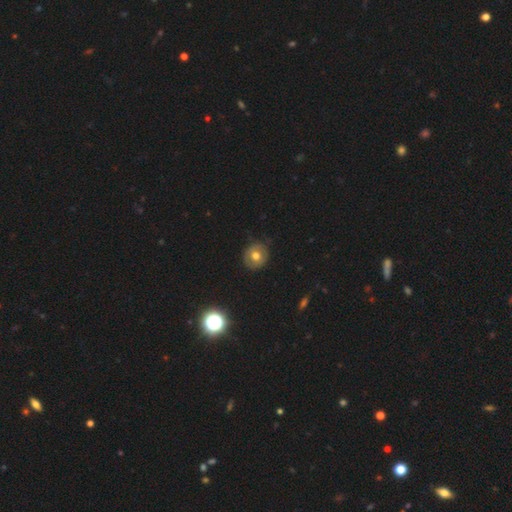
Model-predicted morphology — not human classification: A smooth galaxy with no disk features (63%) that is round (82%).

Vote fractions:
- Smooth or featured? smooth: 63% / featured or disk: 25% / star or artifact: 12%
- How rounded? round: 82% / in between: 17% / cigar-shaped: 1%
- Merging? none: 82% / minor disturbance: 14% / major disturbance: 3% / merger: 1%